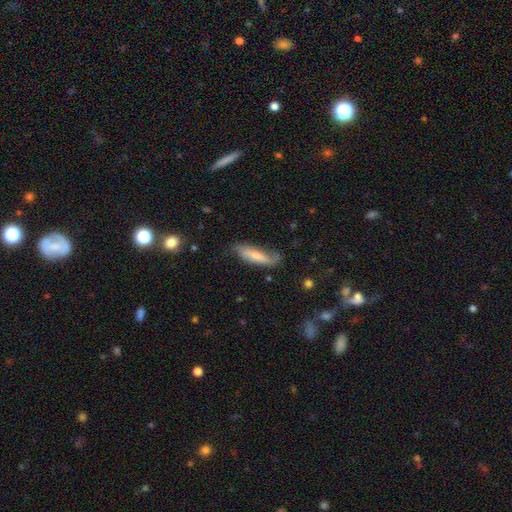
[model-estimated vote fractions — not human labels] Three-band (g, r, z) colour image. It shows a smooth galaxy with no disk features (53%) that is cigar-shaped (58%). Merging: none (57%).